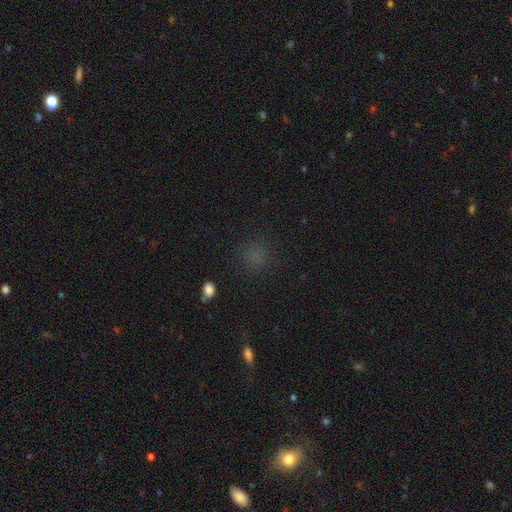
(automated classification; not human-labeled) smooth 70%, star or artifact 25%, featured or disk 5%. Down the decision tree: how rounded — round (89%); merging — none (85%).